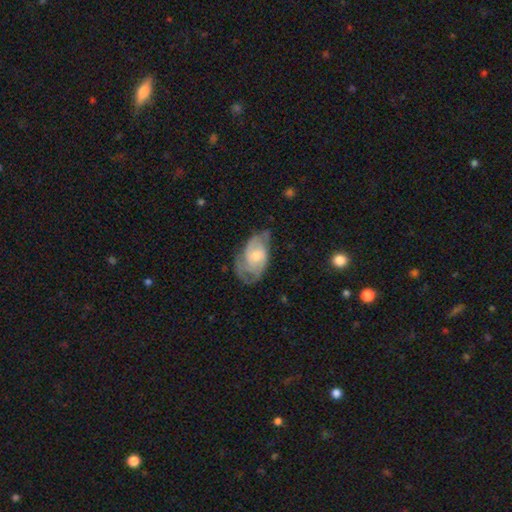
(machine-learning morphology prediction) smooth_or_featured: featured or disk (p=0.65) [alt: smooth p=0.28]
disk_edge_on: no (p=0.95) [alt: yes p=0.05]
bar: no (p=0.70) [alt: weak p=0.26]
has_spiral_arms: yes (p=0.81) [alt: no p=0.19]
spiral_winding: tight (p=0.42) [alt: medium p=0.41]
spiral_arm_count: 2 (p=0.39) [alt: can't tell p=0.36]
bulge_size: moderate (p=0.54) [alt: small p=0.38]
merging: none (p=0.49) [alt: minor disturbance p=0.32]